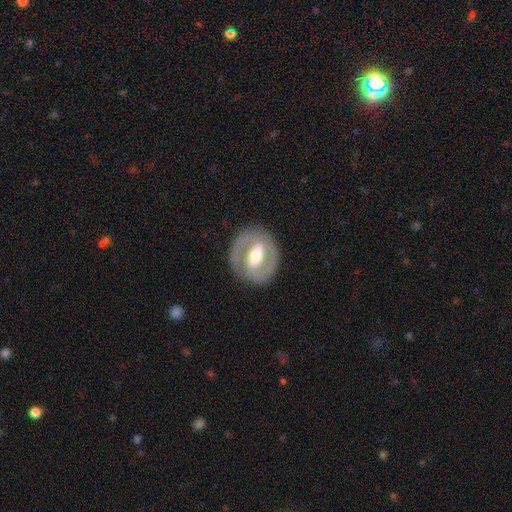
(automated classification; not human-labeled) featured or disk 76%, smooth 19%, star or artifact 4%. Down the decision tree: edge-on disk — no (96%); bar — strong (43%); spiral arms — yes (57%); bulge size — moderate (67%); merging — none (84%).